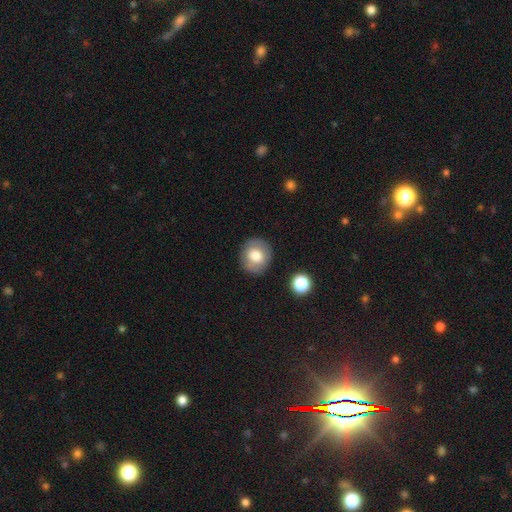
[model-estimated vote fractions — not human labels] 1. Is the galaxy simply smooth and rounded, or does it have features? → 72% smooth, 19% featured or disk, 8% star or artifact.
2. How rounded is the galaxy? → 85% round, 14% in between, 1% cigar-shaped.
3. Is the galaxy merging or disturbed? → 86% none, 9% minor disturbance, 3% major disturbance, 2% merger.